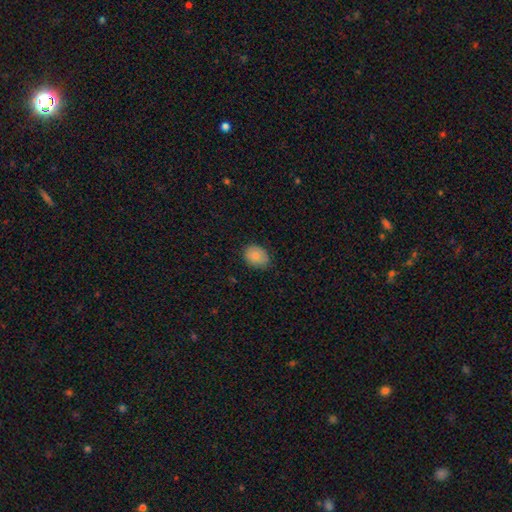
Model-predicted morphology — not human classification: The model was most divided on "how rounded": in between: 59%, round: 40%, cigar-shaped: 1%. More confident: smooth or featured — smooth (82%); merging — none (80%).